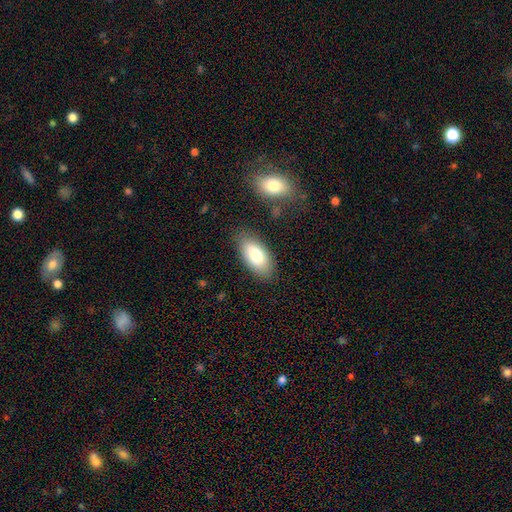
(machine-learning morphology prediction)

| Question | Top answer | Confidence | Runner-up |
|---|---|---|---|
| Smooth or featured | smooth | 79% | featured or disk (15%) |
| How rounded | in between | 93% | cigar-shaped (5%) |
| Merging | none | 82% | minor disturbance (12%) |